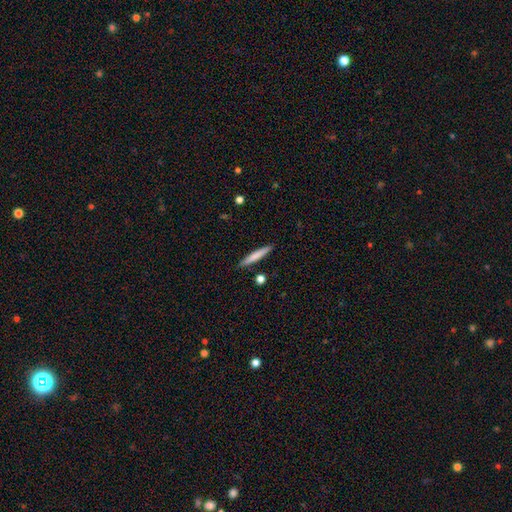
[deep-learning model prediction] smooth 72%, featured or disk 22%, star or artifact 6%. Down the decision tree: how rounded — cigar-shaped (95%); merging — none (89%).